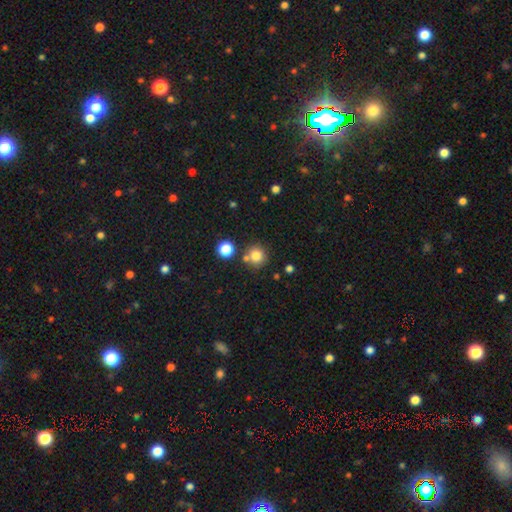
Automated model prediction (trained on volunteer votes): Smooth or featured? smooth (80%)
How rounded? round (91%)
Merging? none (71%)